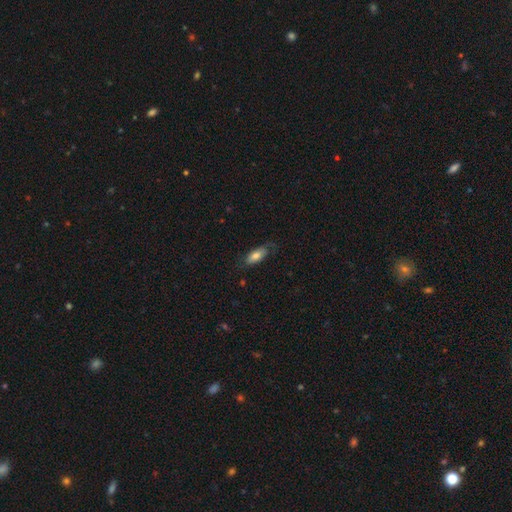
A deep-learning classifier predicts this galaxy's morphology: Smooth or featured? Predicted: smooth (p=0.71). How rounded? Predicted: in between (p=0.80). Merging? Predicted: none (p=0.66).